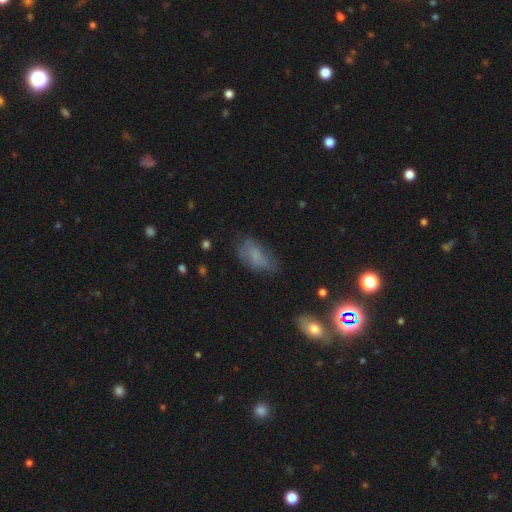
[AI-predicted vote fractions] The model was most divided on "merging": none: 50%, minor disturbance: 31%, major disturbance: 16%, merger: 3%. More confident: how rounded — in between (88%); smooth or featured — smooth (64%).